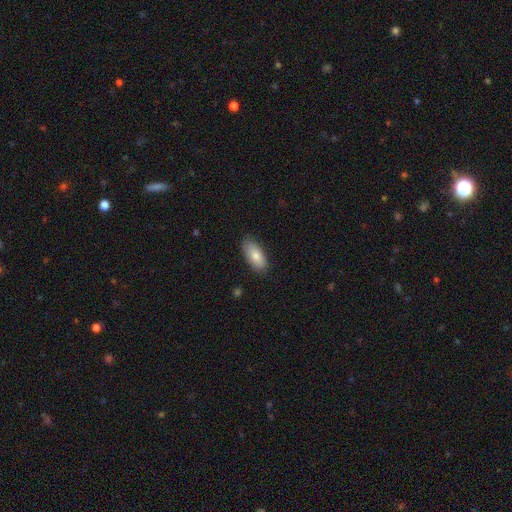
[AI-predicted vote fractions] Smooth or featured?
  - smooth: 79% *
  - featured or disk: 14%
  - star or artifact: 6%
How rounded?
  - in between: 87% *
  - cigar-shaped: 11%
  - round: 2%
Merging?
  - none: 85% *
  - minor disturbance: 12%
  - major disturbance: 2%
  - merger: 1%